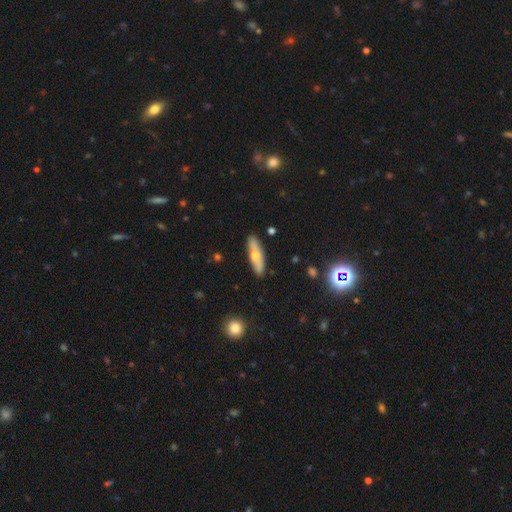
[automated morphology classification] smooth-or-featured: smooth: 59% | featured or disk: 35% | star or artifact: 6%
  how-rounded: cigar-shaped: 59% | in between: 39% | round: 2%
  merging: none: 84% | minor disturbance: 12% | major disturbance: 2% | merger: 2%